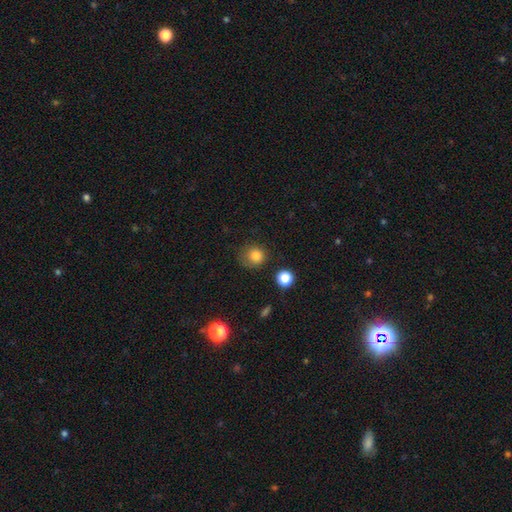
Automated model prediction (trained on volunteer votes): Overall: smooth (81%). How rounded: round (85%). Merging: none (67%).